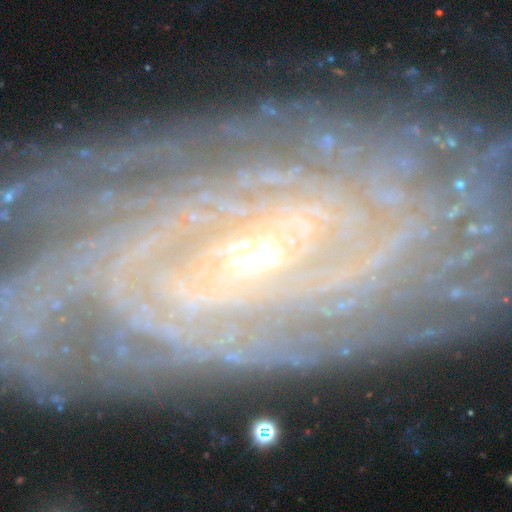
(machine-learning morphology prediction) smooth_or_featured: featured or disk (p=0.87) [alt: star or artifact p=0.07]
disk_edge_on: no (p=0.94) [alt: yes p=0.06]
bar: no (p=0.57) [alt: weak p=0.30]
has_spiral_arms: yes (p=0.96) [alt: no p=0.04]
spiral_winding: tight (p=0.79) [alt: medium p=0.16]
spiral_arm_count: can't tell (p=0.34) [alt: more than 4 p=0.16]
bulge_size: small (p=0.77) [alt: moderate p=0.18]
merging: none (p=0.72) [alt: minor disturbance p=0.18]